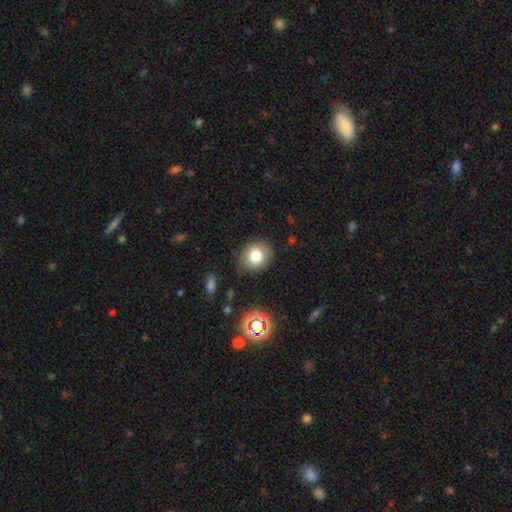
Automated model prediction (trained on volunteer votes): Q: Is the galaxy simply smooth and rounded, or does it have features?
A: smooth — 77%.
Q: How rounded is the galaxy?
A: round — 69%.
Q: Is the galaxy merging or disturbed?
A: none — 78%.